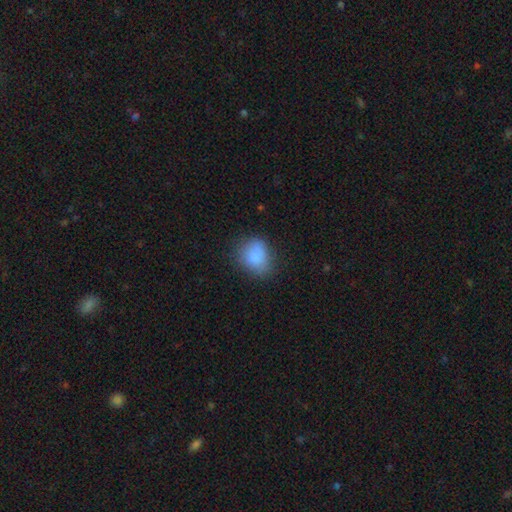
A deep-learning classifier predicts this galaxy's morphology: Smooth or featured?
  - smooth: 84% *
  - star or artifact: 9%
  - featured or disk: 7%
How rounded?
  - round: 59% *
  - in between: 40%
  - cigar-shaped: 1%
Merging?
  - none: 67% *
  - minor disturbance: 23%
  - major disturbance: 8%
  - merger: 2%